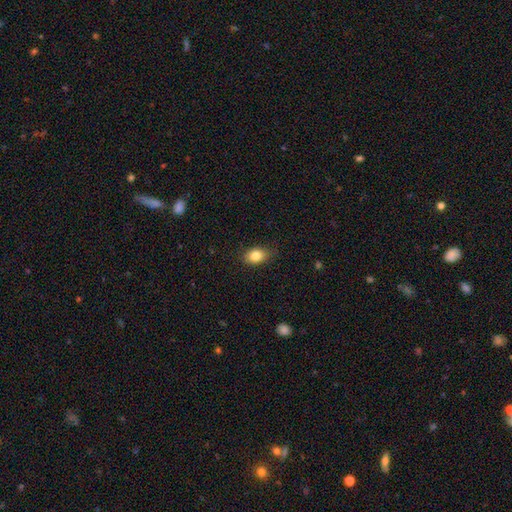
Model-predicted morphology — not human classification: Smooth or featured? smooth (84%)
How rounded? in between (79%)
Merging? none (82%)